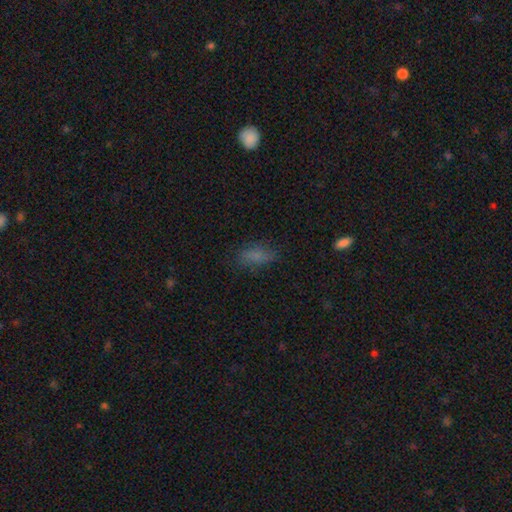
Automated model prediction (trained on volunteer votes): Smooth or featured? Predicted: smooth (p=0.75). How rounded? Predicted: in between (p=0.78). Merging? Predicted: none (p=0.69).